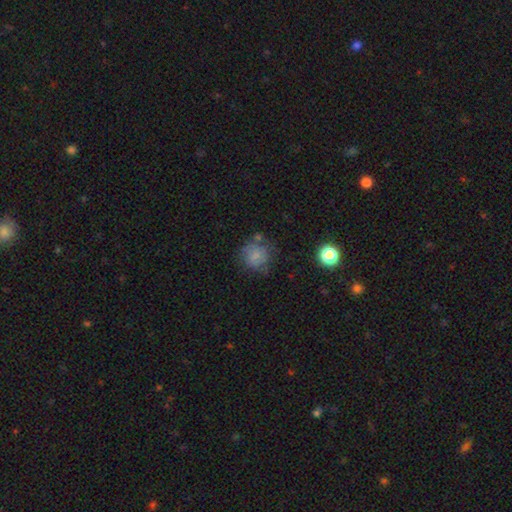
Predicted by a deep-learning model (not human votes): Smooth or featured?
  - smooth: 72% *
  - featured or disk: 16%
  - star or artifact: 12%
How rounded?
  - round: 86% *
  - in between: 13%
  - cigar-shaped: 1%
Merging?
  - none: 58% *
  - minor disturbance: 23%
  - major disturbance: 12%
  - merger: 7%